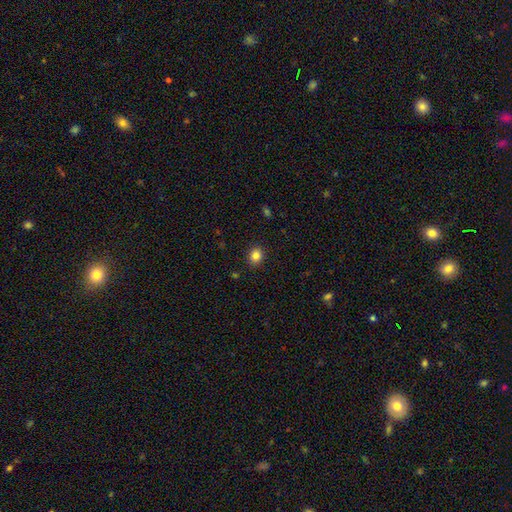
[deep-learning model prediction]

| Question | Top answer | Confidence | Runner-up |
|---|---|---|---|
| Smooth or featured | smooth | 84% | star or artifact (11%) |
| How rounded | round | 73% | in between (26%) |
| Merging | none | 91% | minor disturbance (6%) |